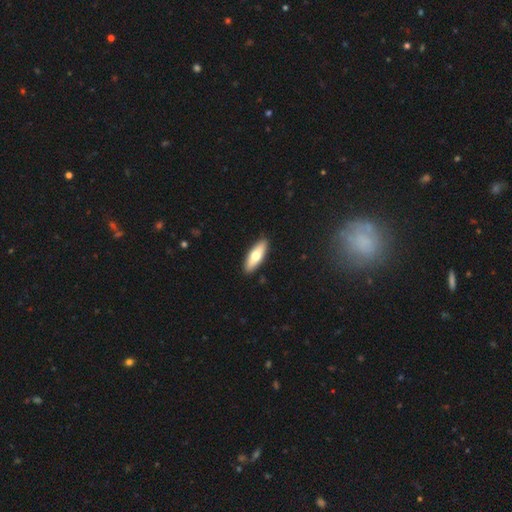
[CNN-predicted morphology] smooth_or_featured: smooth (p=0.62) [alt: featured or disk p=0.33]
how_rounded: in between (p=0.53) [alt: cigar-shaped p=0.44]
merging: none (p=0.91) [alt: minor disturbance p=0.07]